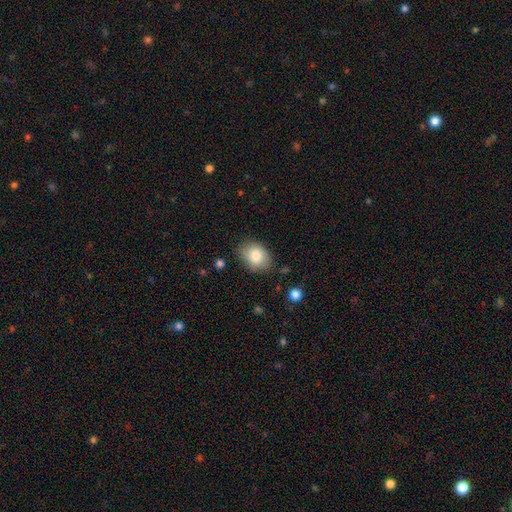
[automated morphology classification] A smooth galaxy with no disk features (83%) that is in between round and cigar-shaped (67%).

Vote fractions:
- Smooth or featured? smooth: 83% / featured or disk: 10% / star or artifact: 8%
- How rounded? in between: 67% / round: 32% / cigar-shaped: 1%
- Merging? none: 77% / minor disturbance: 17% / major disturbance: 4% / merger: 2%